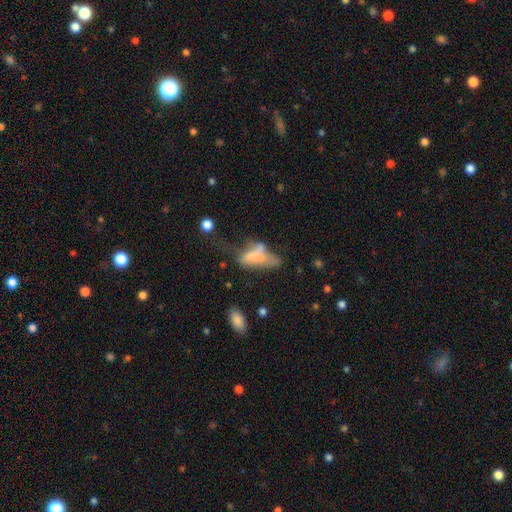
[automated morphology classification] A smooth galaxy with no disk features (53%) that is in between round and cigar-shaped (74%). Merging: merger (36%).